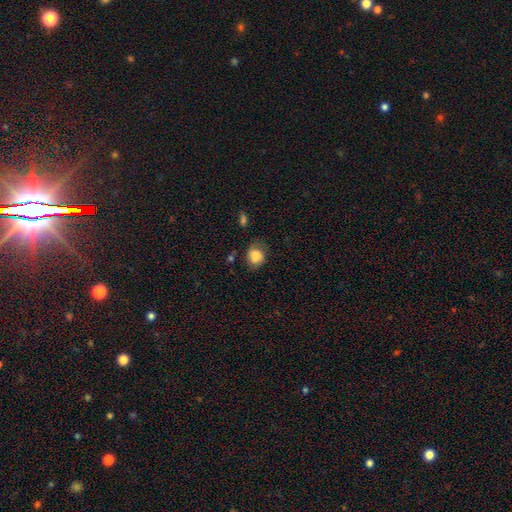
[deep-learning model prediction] Q: Smooth or featured?
A: smooth (80%); runner-up: featured or disk (11%)
Q: How rounded?
A: round (54%); runner-up: in between (45%)
Q: Merging?
A: none (60%); runner-up: minor disturbance (28%)